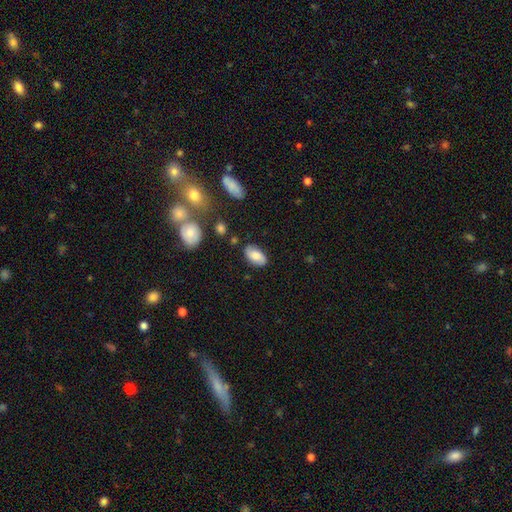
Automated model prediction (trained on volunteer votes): Q: Smooth or featured?
A: smooth (76%); runner-up: featured or disk (17%)
Q: How rounded?
A: in between (93%); runner-up: round (4%)
Q: Merging?
A: none (79%); runner-up: minor disturbance (15%)